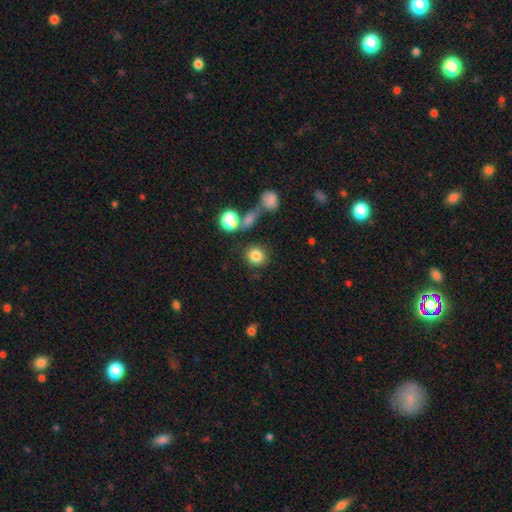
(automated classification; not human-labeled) smooth_or_featured: smooth (p=0.82) [alt: star or artifact p=0.11]
how_rounded: round (p=0.84) [alt: in between p=0.15]
merging: none (p=0.80) [alt: minor disturbance p=0.09]